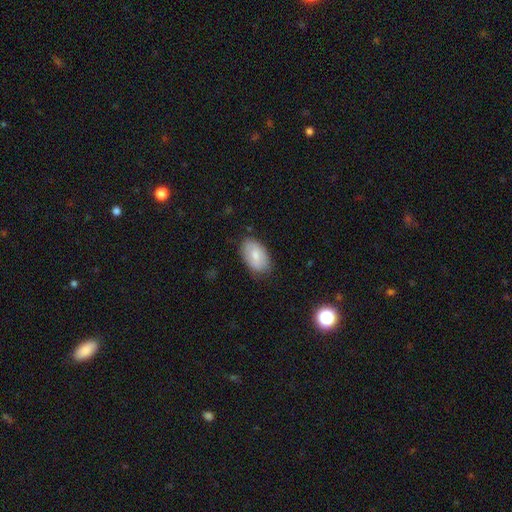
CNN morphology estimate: smooth-or-featured: smooth: 70% | featured or disk: 24% | star or artifact: 6%
  how-rounded: in between: 93% | round: 5% | cigar-shaped: 2%
  merging: none: 80% | minor disturbance: 16% | major disturbance: 3% | merger: 1%